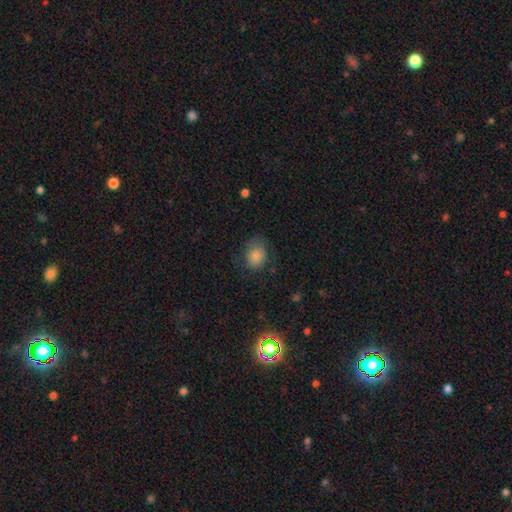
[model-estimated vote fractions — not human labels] smooth 74%, star or artifact 14%, featured or disk 12%. Down the decision tree: how rounded — in between (57%); merging — none (69%).